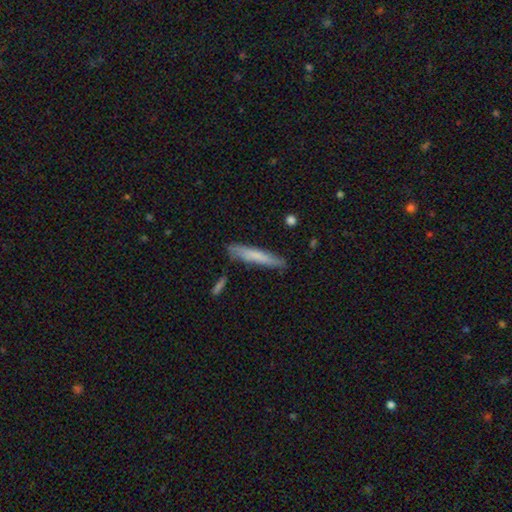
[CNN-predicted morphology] smooth_or_featured: smooth (p=0.68) [alt: featured or disk p=0.26]
how_rounded: cigar-shaped (p=0.92) [alt: in between p=0.06]
merging: none (p=0.80) [alt: minor disturbance p=0.14]